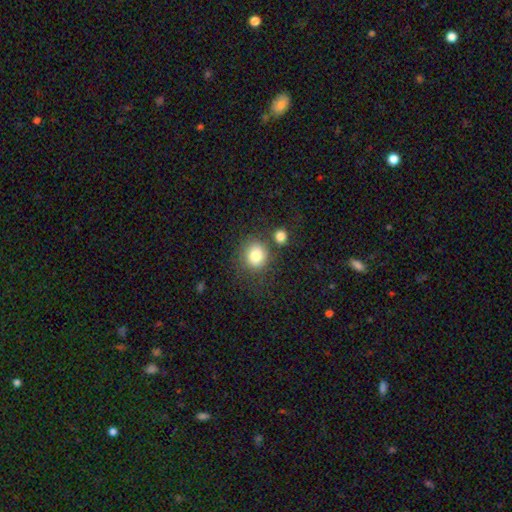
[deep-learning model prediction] A smooth galaxy with no disk features (81%) that is round (83%).

Vote fractions:
- Smooth or featured? smooth: 81% / star or artifact: 10% / featured or disk: 9%
- How rounded? round: 83% / in between: 16% / cigar-shaped: 1%
- Merging? none: 69% / merger: 14% / minor disturbance: 12% / major disturbance: 5%